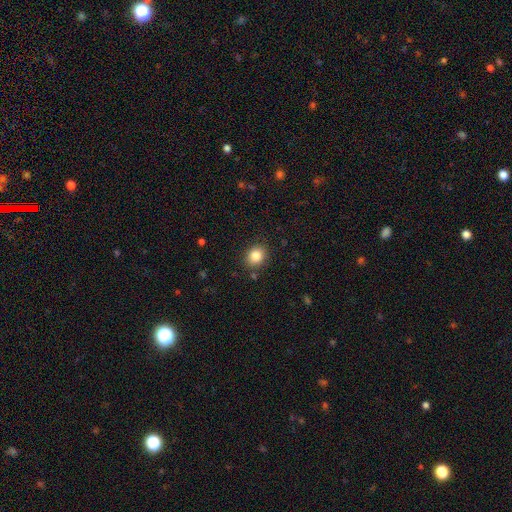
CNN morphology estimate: Smooth or featured? smooth (84%)
How rounded? round (69%)
Merging? none (87%)